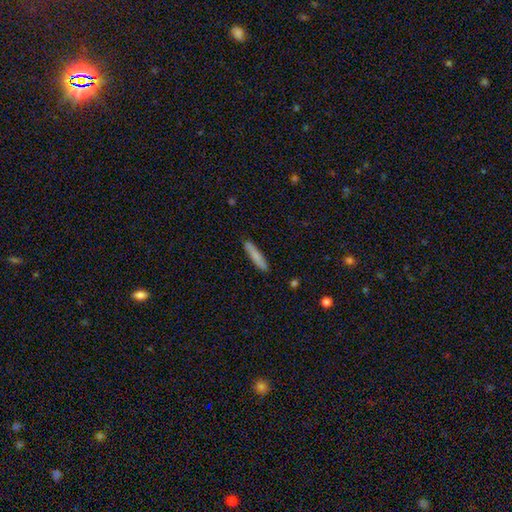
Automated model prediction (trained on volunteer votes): Smooth or featured? smooth (80%)
How rounded? cigar-shaped (91%)
Merging? none (87%)